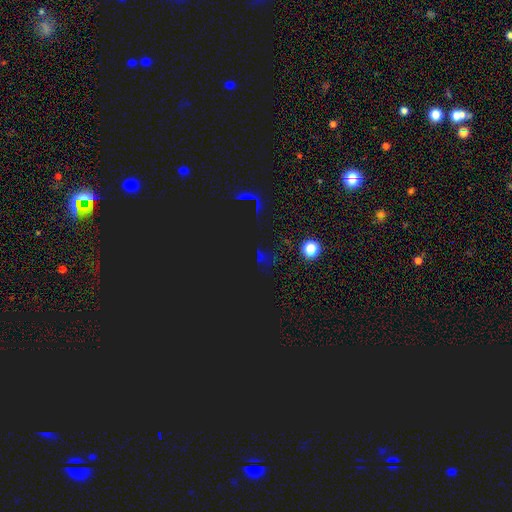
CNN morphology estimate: The model was most divided on "smooth or featured": star or artifact: 76%, smooth: 16%, featured or disk: 8%.